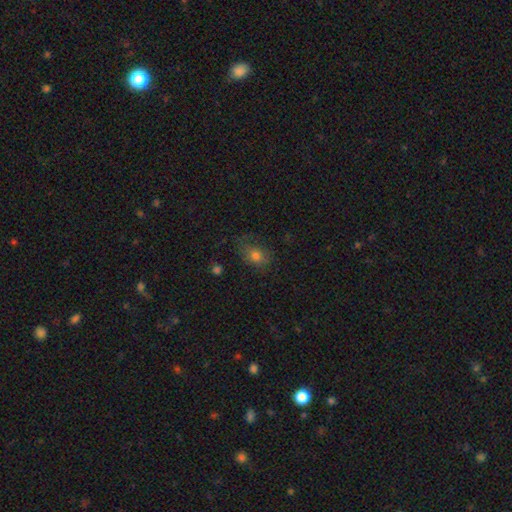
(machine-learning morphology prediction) smooth_or_featured: smooth (p=0.77) [alt: star or artifact p=0.12]
how_rounded: in between (p=0.66) [alt: round p=0.32]
merging: none (p=0.62) [alt: minor disturbance p=0.26]